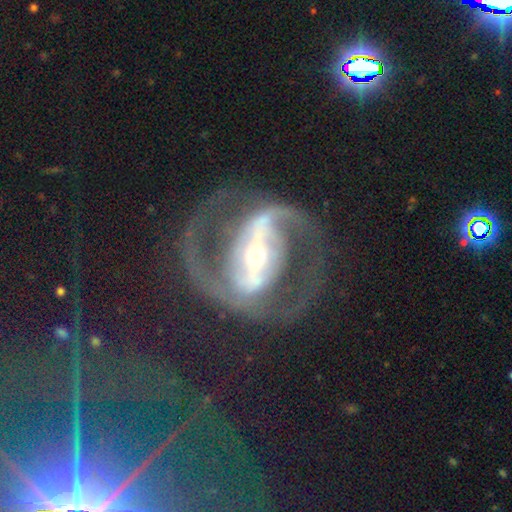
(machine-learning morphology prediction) This appears to be a featured or disk galaxy (90%) with a strong bar (73%), 2 (92%) medium (58%) spiral arms (93%) and a moderate central bulge (50%). Merging: none (72%).